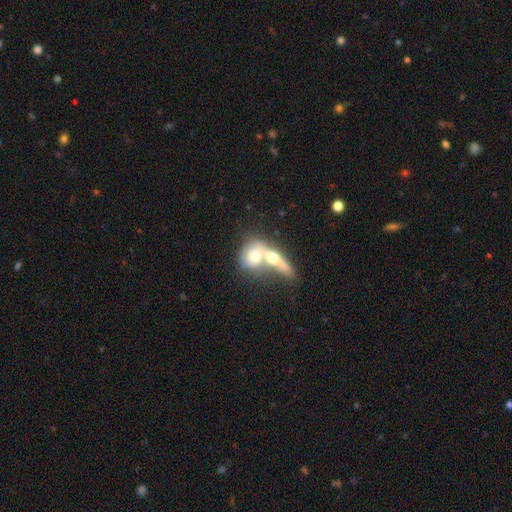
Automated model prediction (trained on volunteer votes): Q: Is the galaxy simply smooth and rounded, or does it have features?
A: smooth — 56%.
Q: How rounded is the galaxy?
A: in between — 49%.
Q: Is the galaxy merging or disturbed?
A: merger — 73%.